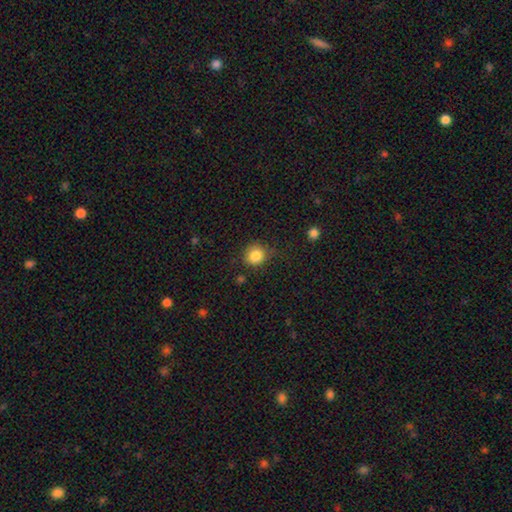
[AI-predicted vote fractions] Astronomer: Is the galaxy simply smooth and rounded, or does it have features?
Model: smooth — 85%.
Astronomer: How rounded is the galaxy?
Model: round — 81%.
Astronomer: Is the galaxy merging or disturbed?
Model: none — 76%.